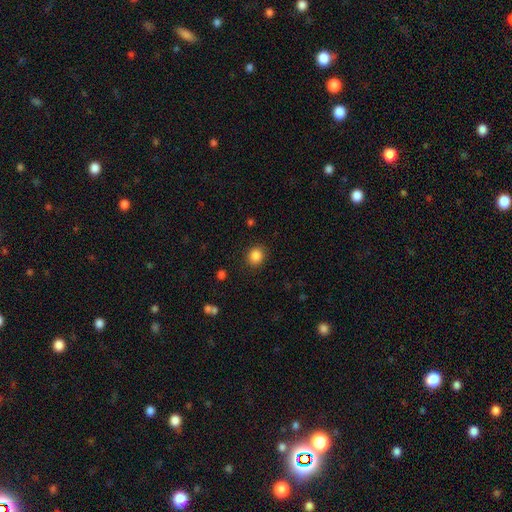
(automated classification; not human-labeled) smooth-or-featured: smooth: 86% | star or artifact: 10% | featured or disk: 4%
  how-rounded: round: 78% | in between: 21% | cigar-shaped: 1%
  merging: none: 89% | minor disturbance: 7% | major disturbance: 3% | merger: 1%